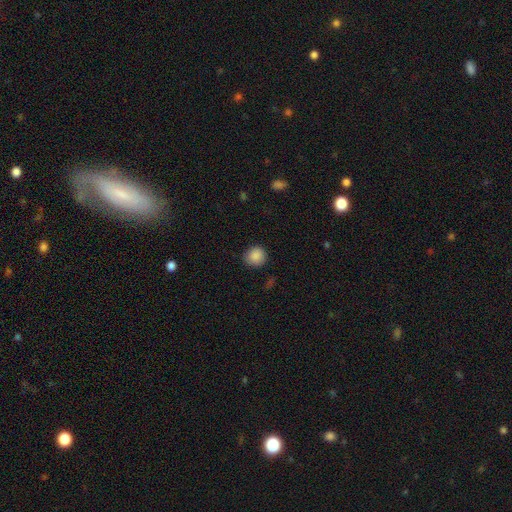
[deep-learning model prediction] A smooth galaxy with no disk features (88%) that is round (87%). Merging: none (84%).